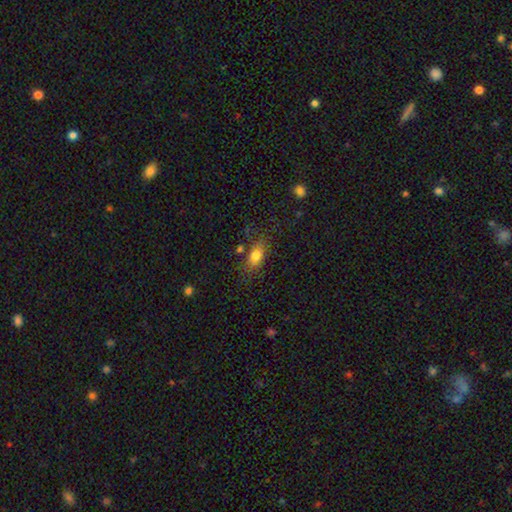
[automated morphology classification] Smooth or featured? Predicted: smooth (p=0.78). How rounded? Predicted: in between (p=0.82). Merging? Predicted: none (p=0.68).